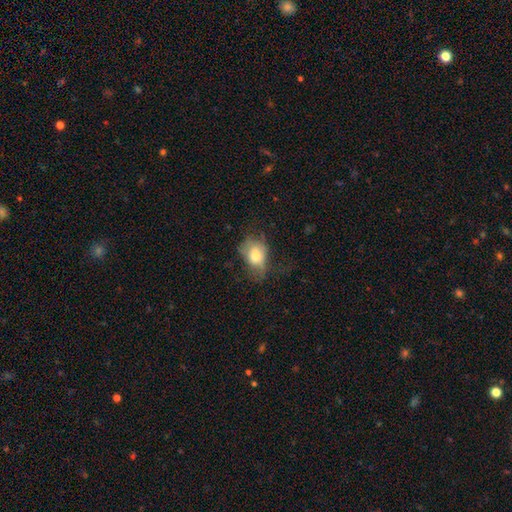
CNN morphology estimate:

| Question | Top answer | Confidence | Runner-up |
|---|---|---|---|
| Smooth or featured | smooth | 69% | featured or disk (22%) |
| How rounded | in between | 73% | round (25%) |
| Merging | major disturbance | 35% | none (32%) |